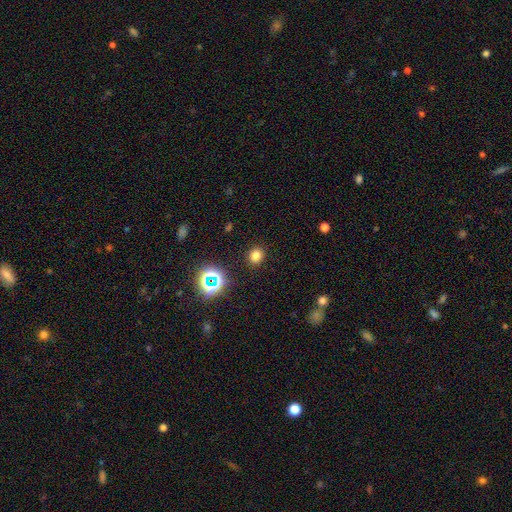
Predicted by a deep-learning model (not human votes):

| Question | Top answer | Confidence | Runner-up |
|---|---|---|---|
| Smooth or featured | smooth | 75% | star or artifact (19%) |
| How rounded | round | 78% | in between (21%) |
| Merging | none | 90% | minor disturbance (6%) |